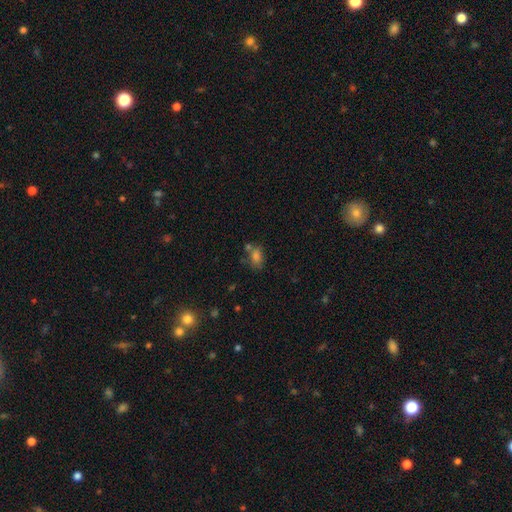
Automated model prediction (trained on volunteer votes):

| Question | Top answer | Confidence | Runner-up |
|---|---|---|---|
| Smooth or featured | smooth | 68% | star or artifact (23%) |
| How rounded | in between | 76% | round (21%) |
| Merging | none | 61% | merger (17%) |